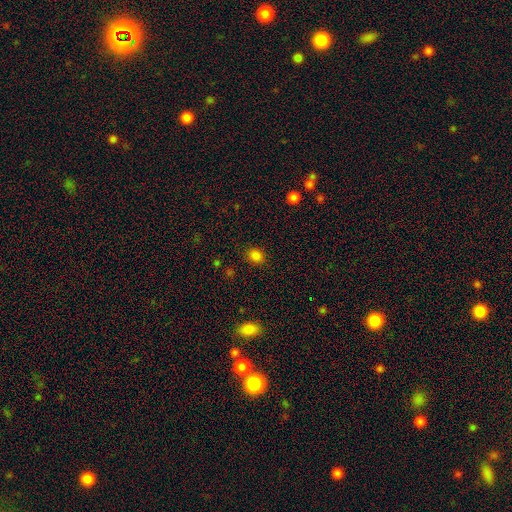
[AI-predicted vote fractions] This is clearly a smooth galaxy (82%). How rounded: possibly round (58%). Merging: clearly none (87%).